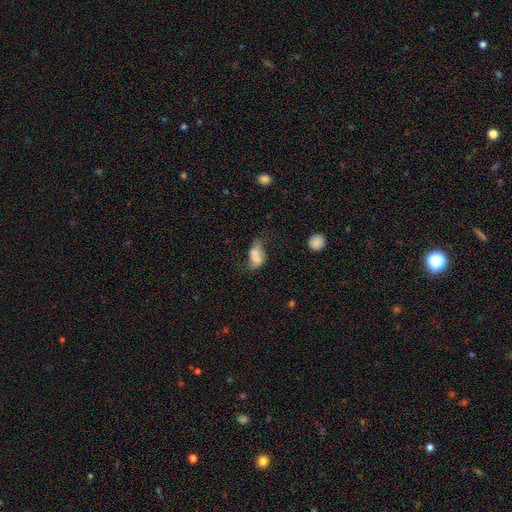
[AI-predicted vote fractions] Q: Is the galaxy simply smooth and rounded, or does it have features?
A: smooth — 61%.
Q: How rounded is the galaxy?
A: in between — 86%.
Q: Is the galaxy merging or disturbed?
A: major disturbance — 30%.